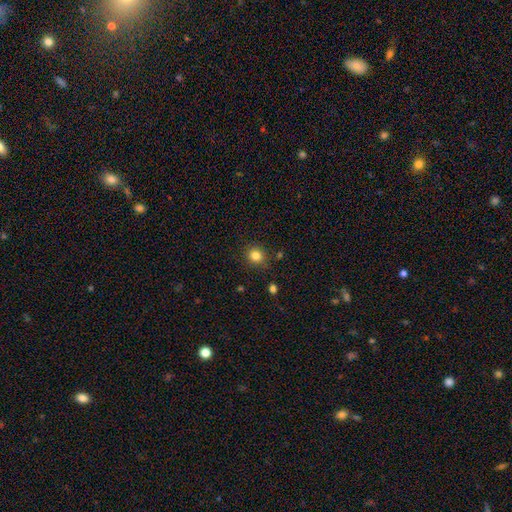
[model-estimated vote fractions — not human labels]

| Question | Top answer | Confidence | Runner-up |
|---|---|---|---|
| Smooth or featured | smooth | 84% | star or artifact (12%) |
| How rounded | round | 85% | in between (15%) |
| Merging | none | 87% | minor disturbance (9%) |